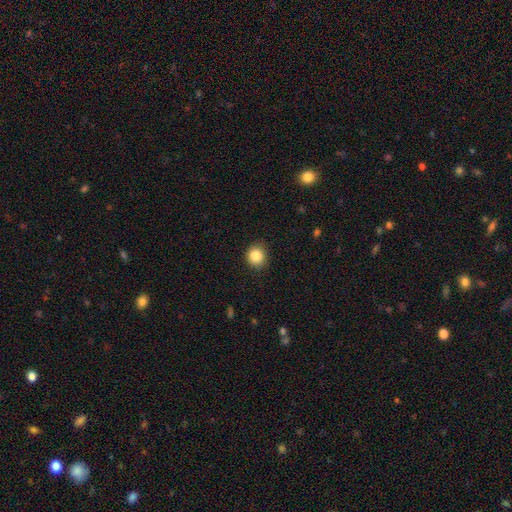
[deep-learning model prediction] smooth 86%, star or artifact 10%, featured or disk 4%. Down the decision tree: how rounded — round (82%); merging — none (86%).